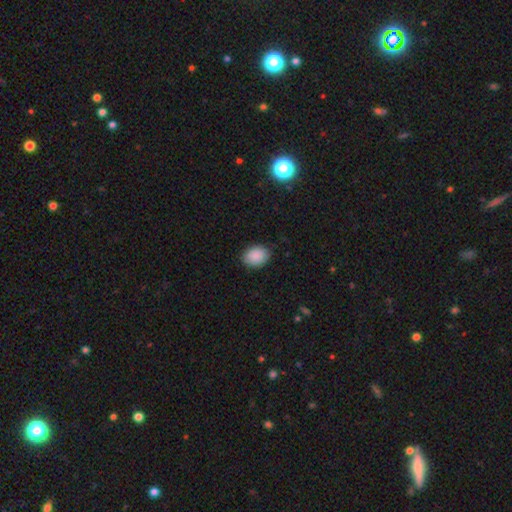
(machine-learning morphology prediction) type=smooth (90%); roundness=in between (73%); merging=none (86%).